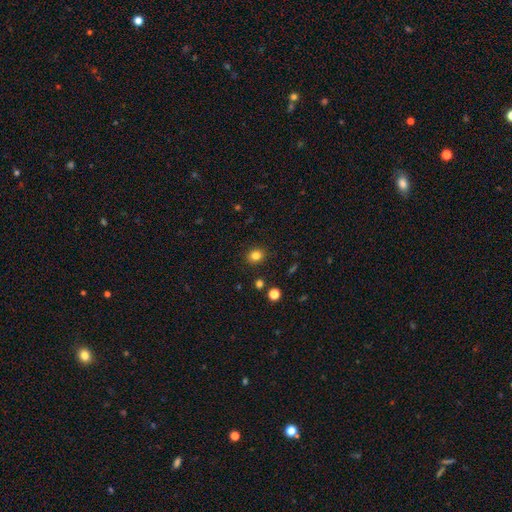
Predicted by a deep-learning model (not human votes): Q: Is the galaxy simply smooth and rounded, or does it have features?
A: smooth — 82%.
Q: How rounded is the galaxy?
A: round — 71%.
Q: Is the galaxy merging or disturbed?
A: none — 90%.